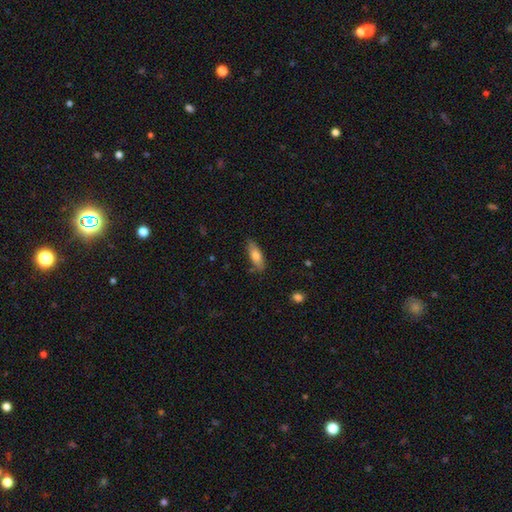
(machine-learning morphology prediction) smooth-or-featured: smooth: 74% | featured or disk: 19% | star or artifact: 6%
  how-rounded: in between: 62% | cigar-shaped: 36% | round: 2%
  merging: none: 81% | minor disturbance: 14% | major disturbance: 3% | merger: 2%